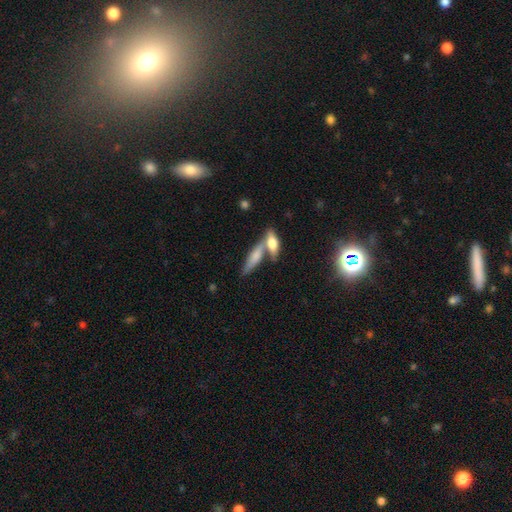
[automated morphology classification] The model was most divided on "merging": none: 47%, merger: 39%, minor disturbance: 10%, major disturbance: 4%. More confident: smooth or featured — smooth (63%); how rounded — cigar-shaped (58%).